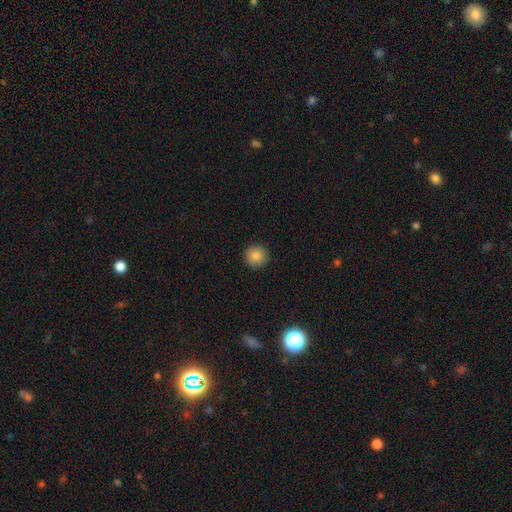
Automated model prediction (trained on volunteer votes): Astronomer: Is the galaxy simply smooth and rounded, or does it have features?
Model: smooth — 84%.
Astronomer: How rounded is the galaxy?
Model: round — 95%.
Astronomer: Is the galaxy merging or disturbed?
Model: none — 92%.